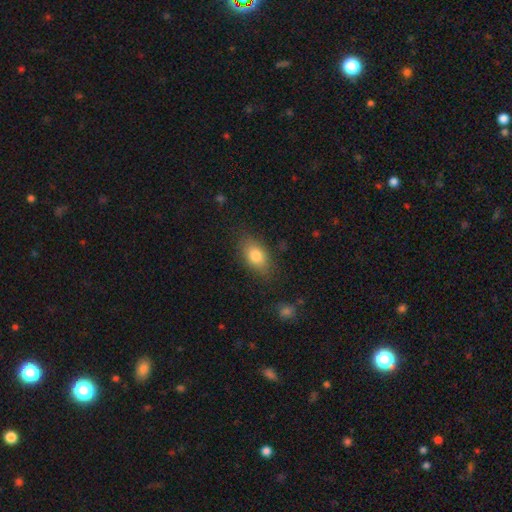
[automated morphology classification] Overall: smooth (81%). How rounded: in between (87%). Merging: none (80%).